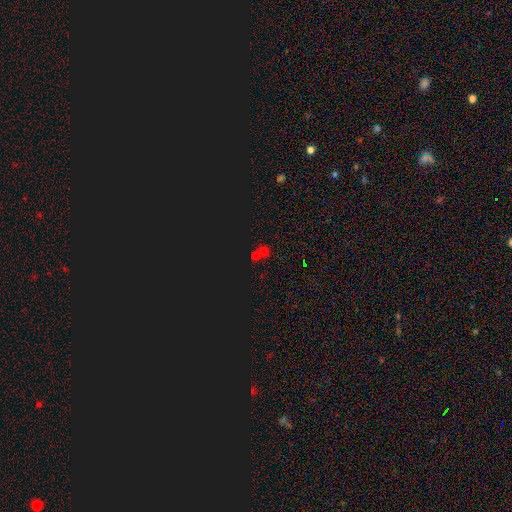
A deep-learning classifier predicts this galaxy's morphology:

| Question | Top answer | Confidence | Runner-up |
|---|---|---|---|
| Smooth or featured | star or artifact | 52% | smooth (38%) |